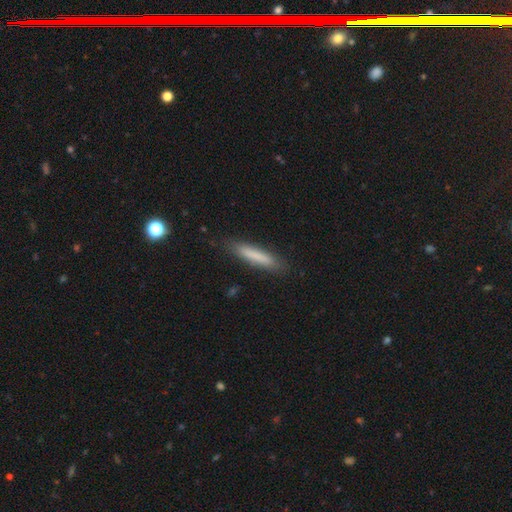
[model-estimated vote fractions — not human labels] Overall: smooth (79%). How rounded: cigar-shaped (89%). Merging: none (85%).